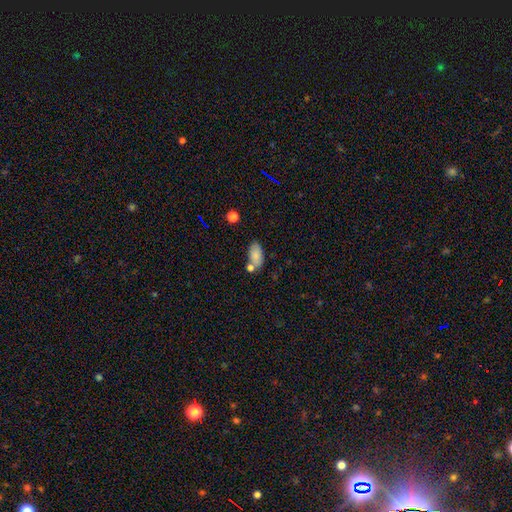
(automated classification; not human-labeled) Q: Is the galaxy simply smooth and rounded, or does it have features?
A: smooth — 83%.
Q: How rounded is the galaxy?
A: in between — 91%.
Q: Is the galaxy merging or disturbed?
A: none — 59%.